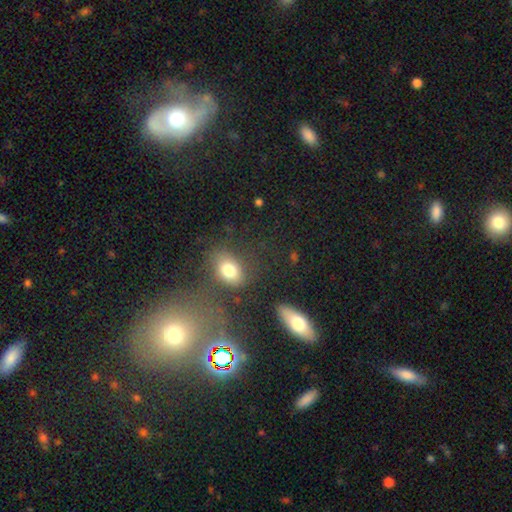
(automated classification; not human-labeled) The model was most divided on "smooth or featured": smooth: 45%, star or artifact: 27%, featured or disk: 27%. More confident: merging — none (65%).